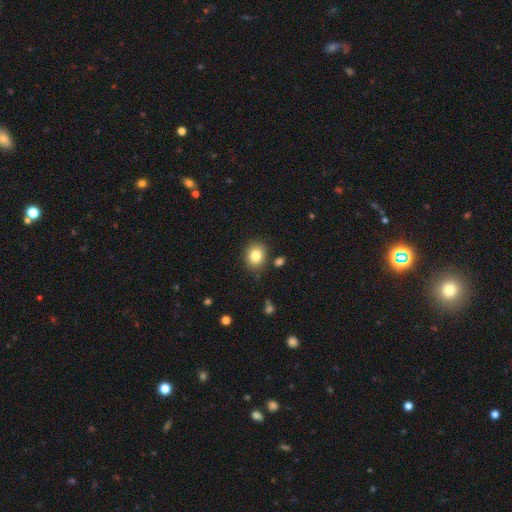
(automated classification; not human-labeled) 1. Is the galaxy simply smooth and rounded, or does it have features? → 83% smooth, 9% star or artifact, 7% featured or disk.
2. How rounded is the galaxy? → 57% round, 42% in between, 1% cigar-shaped.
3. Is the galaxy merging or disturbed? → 83% none, 10% minor disturbance, 3% merger, 3% major disturbance.